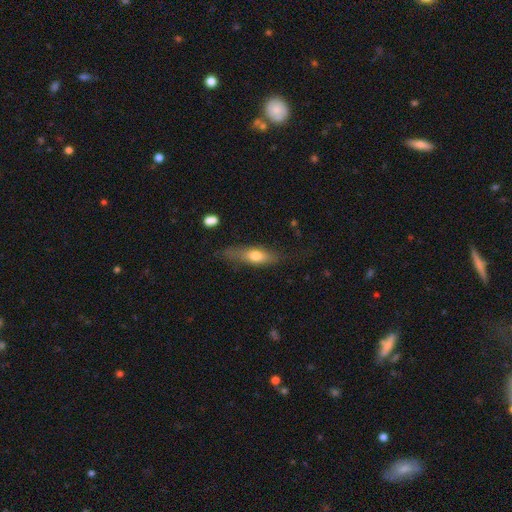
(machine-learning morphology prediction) smooth 63%, featured or disk 30%, star or artifact 7%. Down the decision tree: how rounded — cigar-shaped (49%); merging — none (65%).